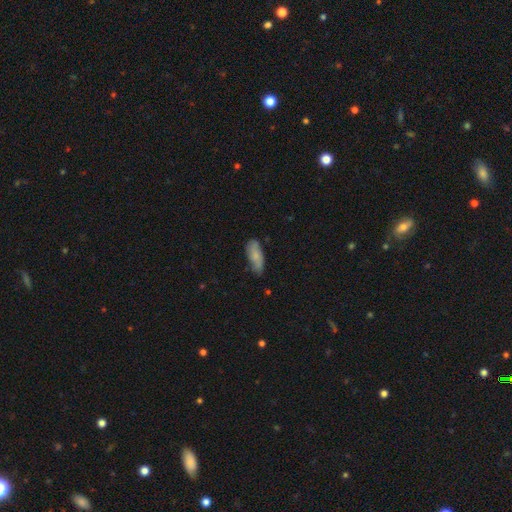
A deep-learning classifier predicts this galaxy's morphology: This appears to be a smooth galaxy with no disk features (78%) that is in between round and cigar-shaped (72%). Merging: none (69%).